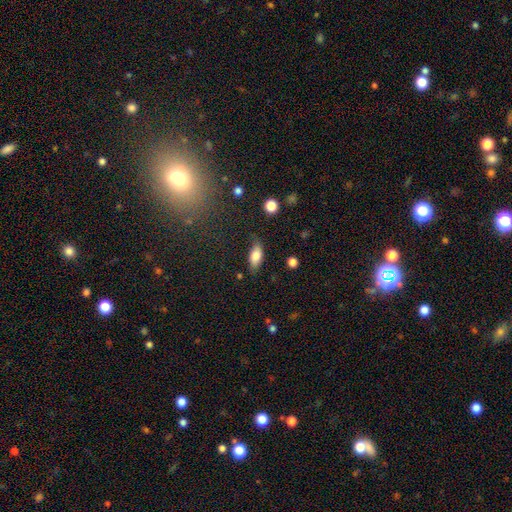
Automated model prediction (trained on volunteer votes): A smooth galaxy with no disk features (77%) that is in between round and cigar-shaped (83%). Merging: none (69%).